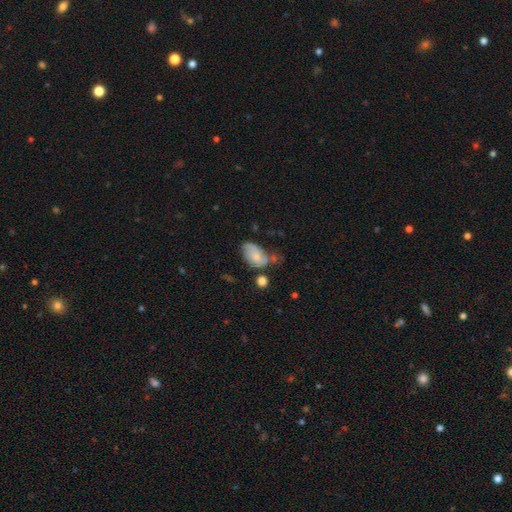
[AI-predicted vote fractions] Smooth or featured? smooth (60%)
How rounded? in between (90%)
Merging? none (36%)